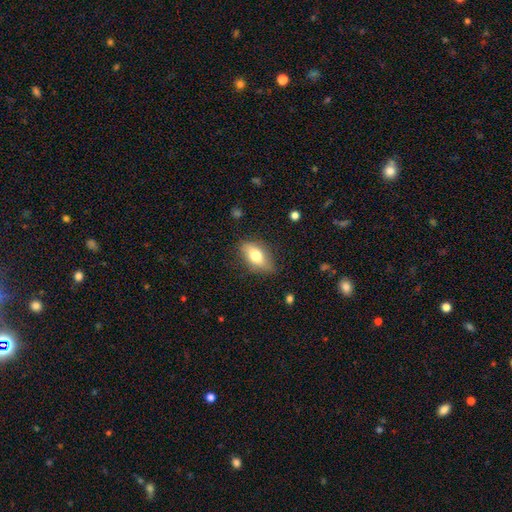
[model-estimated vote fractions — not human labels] smooth_or_featured: smooth (p=0.69) [alt: featured or disk p=0.24]
how_rounded: in between (p=0.84) [alt: cigar-shaped p=0.09]
merging: none (p=0.78) [alt: minor disturbance p=0.17]